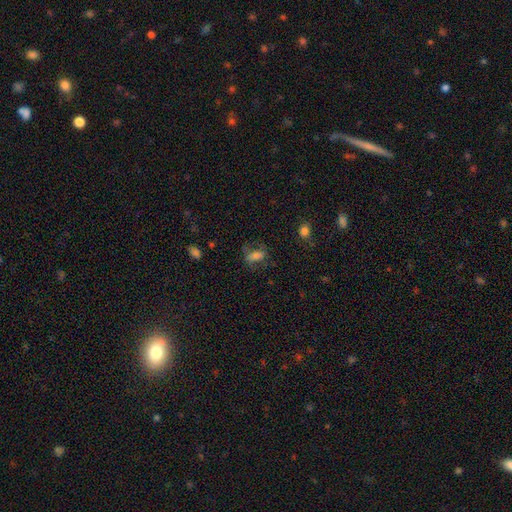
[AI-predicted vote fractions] A smooth galaxy with no disk features (65%) that is in between round and cigar-shaped (80%).

Vote fractions:
- Smooth or featured? smooth: 65% / featured or disk: 24% / star or artifact: 11%
- How rounded? in between: 80% / round: 11% / cigar-shaped: 9%
- Merging? none: 57% / minor disturbance: 22% / major disturbance: 18% / merger: 2%